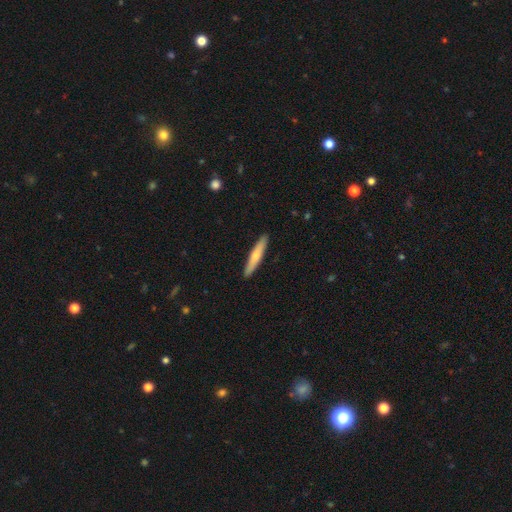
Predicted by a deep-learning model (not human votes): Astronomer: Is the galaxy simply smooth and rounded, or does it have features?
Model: smooth — 60%.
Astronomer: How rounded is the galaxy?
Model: cigar-shaped — 92%.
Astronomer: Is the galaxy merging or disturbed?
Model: none — 92%.